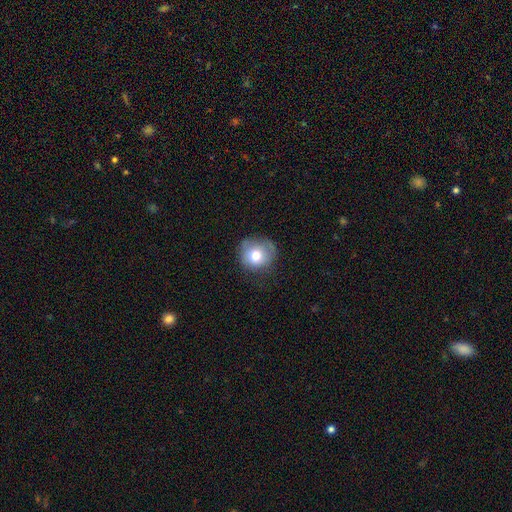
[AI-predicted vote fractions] Smooth or featured?
  - smooth: 74% *
  - featured or disk: 17%
  - star or artifact: 9%
How rounded?
  - round: 84% *
  - in between: 15%
  - cigar-shaped: 1%
Merging?
  - none: 64% *
  - minor disturbance: 26%
  - major disturbance: 9%
  - merger: 2%